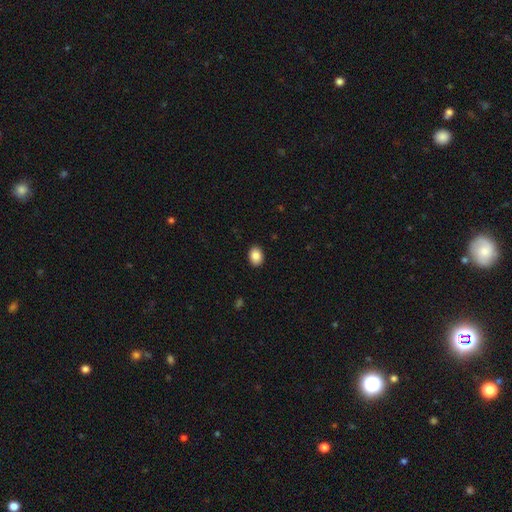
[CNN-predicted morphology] Q: Smooth or featured?
A: smooth (88%); runner-up: star or artifact (8%)
Q: How rounded?
A: in between (71%); runner-up: round (28%)
Q: Merging?
A: none (90%); runner-up: minor disturbance (7%)